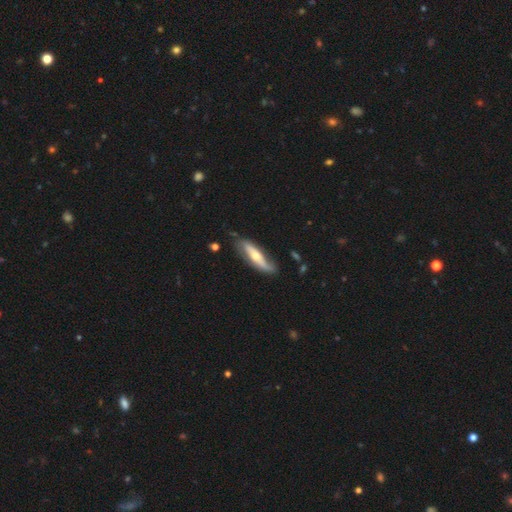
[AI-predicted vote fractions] Smooth or featured? Predicted: featured or disk (p=0.61). Edge-on disk? Predicted: no (p=0.52). Merging? Predicted: none (p=0.68).